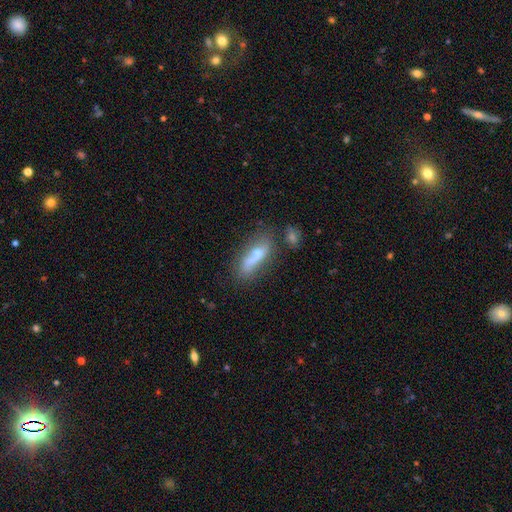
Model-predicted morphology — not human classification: This is possibly a smooth galaxy (57%). How rounded: possibly in between (58%). Merging: marginally none (39%).